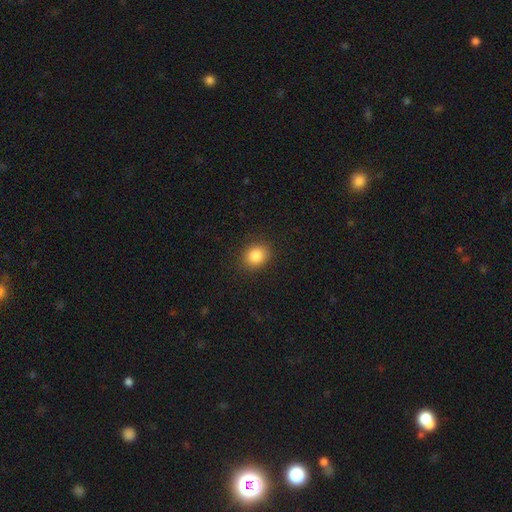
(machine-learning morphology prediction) smooth-or-featured: smooth: 85% | star or artifact: 10% | featured or disk: 5%
  how-rounded: round: 66% | in between: 33% | cigar-shaped: 1%
  merging: none: 89% | minor disturbance: 8% | major disturbance: 3% | merger: 1%